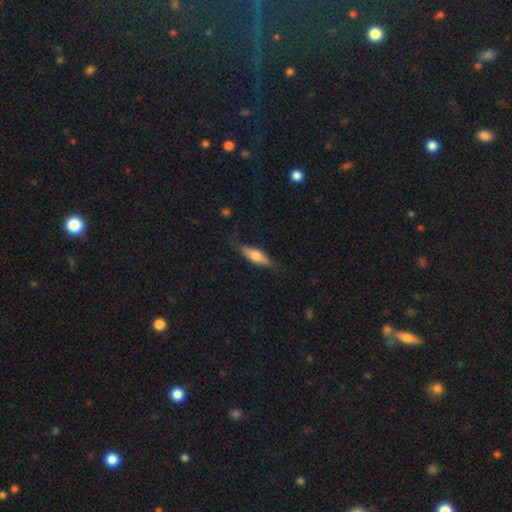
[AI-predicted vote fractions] smooth_or_featured: smooth (p=0.53) [alt: featured or disk p=0.41]
how_rounded: in between (p=0.52) [alt: cigar-shaped p=0.45]
merging: none (p=0.70) [alt: minor disturbance p=0.22]